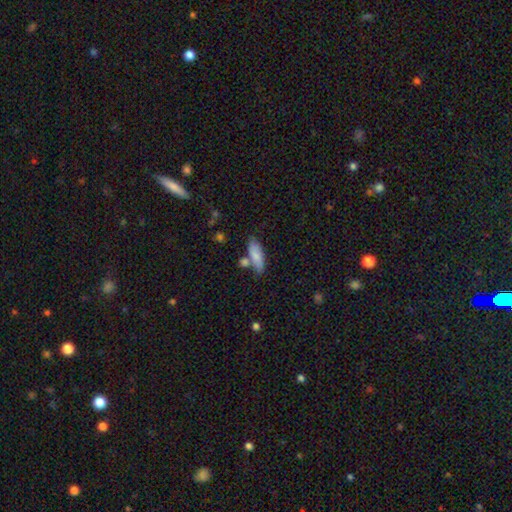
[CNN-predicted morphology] smooth_or_featured: smooth (p=0.77) [alt: featured or disk p=0.17]
how_rounded: in between (p=0.64) [alt: cigar-shaped p=0.33]
merging: none (p=0.60) [alt: minor disturbance p=0.18]